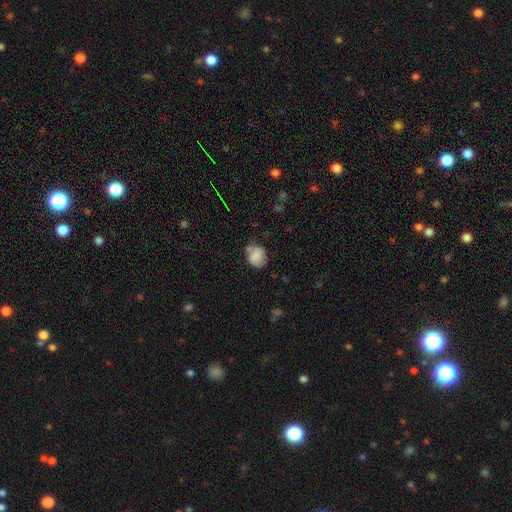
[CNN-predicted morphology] Q: Smooth or featured?
A: smooth (70%); runner-up: featured or disk (21%)
Q: How rounded?
A: round (66%); runner-up: in between (33%)
Q: Merging?
A: none (52%); runner-up: minor disturbance (31%)